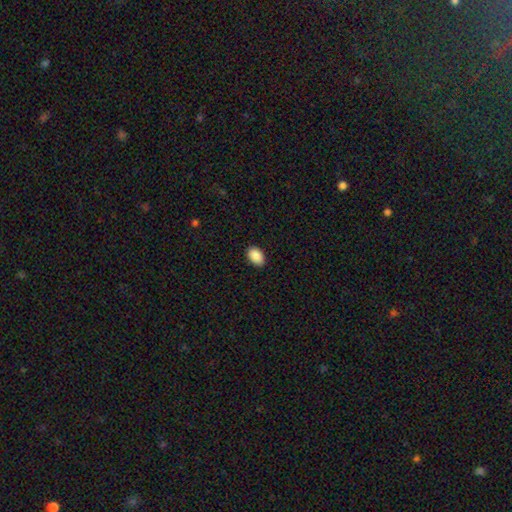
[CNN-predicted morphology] This appears to be a smooth galaxy with no disk features (90%) that is in between round and cigar-shaped (89%). Merging: none (89%).